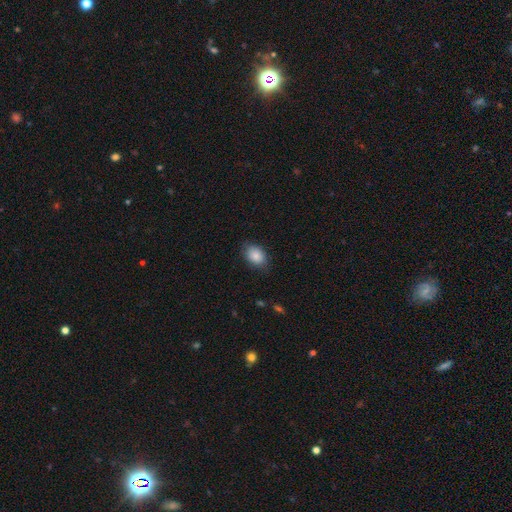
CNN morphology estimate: The model was most divided on "how rounded": in between: 70%, round: 29%, cigar-shaped: 1%. More confident: smooth or featured — smooth (84%); merging — none (77%).